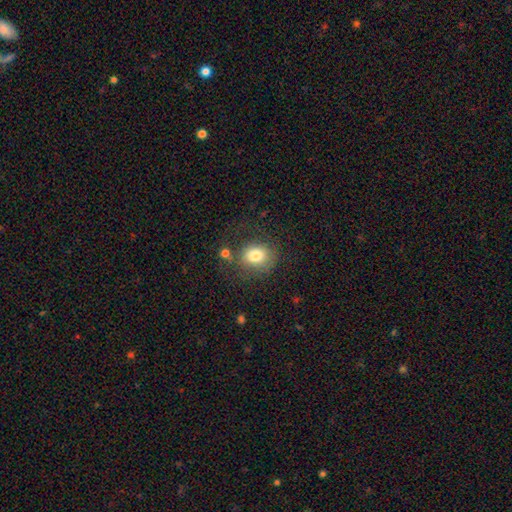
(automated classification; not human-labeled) Smooth or featured? Predicted: smooth (p=0.78). How rounded? Predicted: round (p=0.61). Merging? Predicted: none (p=0.64).